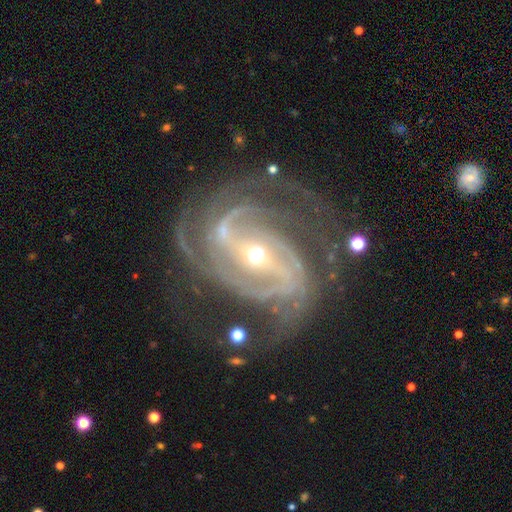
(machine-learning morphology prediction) Smooth or featured: featured or disk — 93% (star or artifact — 5%)
Edge-on disk: no — 97% (yes — 3%)
Bar: strong — 50% (weak — 33%)
Spiral arms: yes — 98% (no — 2%)
Spiral winding: tight — 52% (medium — 40%)
Spiral arm count: 3 — 32% (2 — 28%)
Bulge size: small — 55% (moderate — 42%)
Merging: none — 64% (minor disturbance — 19%)